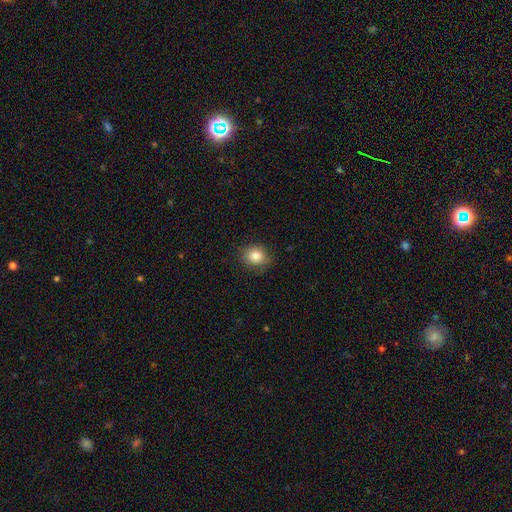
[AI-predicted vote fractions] smooth-or-featured: smooth: 83% | star or artifact: 10% | featured or disk: 7%
  how-rounded: round: 70% | in between: 29% | cigar-shaped: 1%
  merging: none: 84% | minor disturbance: 12% | major disturbance: 3% | merger: 1%